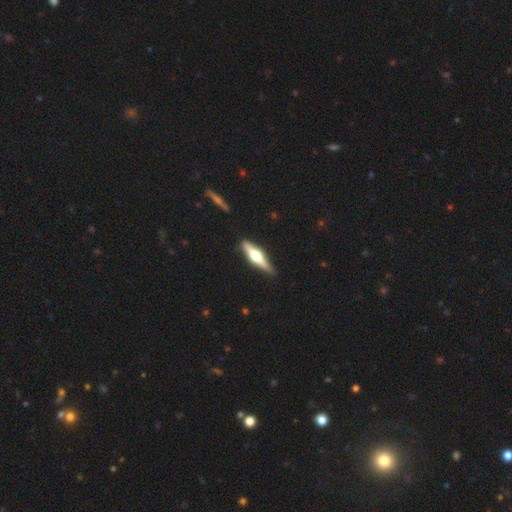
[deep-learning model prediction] The model was most divided on "smooth or featured": featured or disk: 68%, smooth: 27%, star or artifact: 5%. More confident: edge-on disk — yes (97%); edge-on bulge — rounded (94%); merging — none (89%).